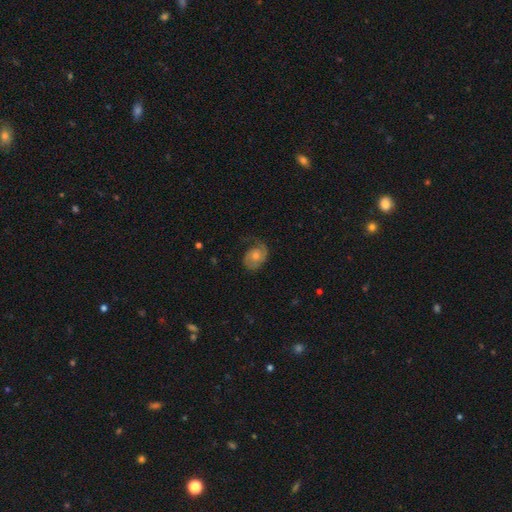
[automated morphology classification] featured or disk 71%, smooth 21%, star or artifact 8%. Down the decision tree: edge-on disk — no (97%); bar — no (76%); spiral arms — yes (90%); spiral arm count — 2 (54%); spiral winding — medium (40%); bulge size — moderate (60%); merging — none (62%).